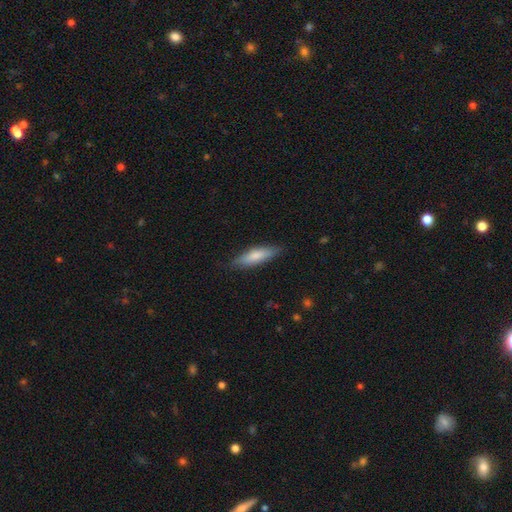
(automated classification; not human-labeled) This is likely a smooth galaxy (75%). How rounded: possibly cigar-shaped (59%). Merging: clearly none (82%).